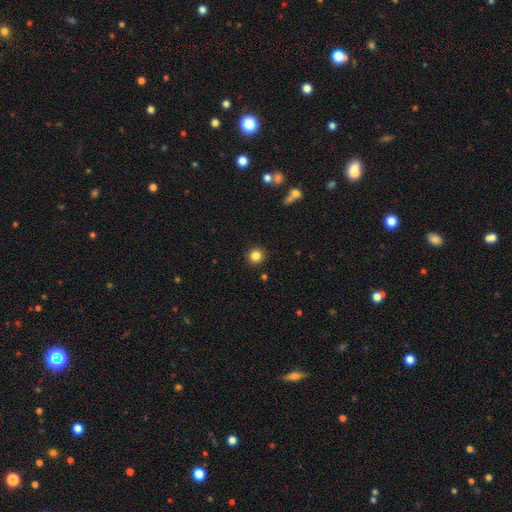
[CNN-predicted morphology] smooth_or_featured: smooth (p=0.85) [alt: star or artifact p=0.11]
how_rounded: round (p=0.95) [alt: in between p=0.04]
merging: none (p=0.92) [alt: minor disturbance p=0.05]